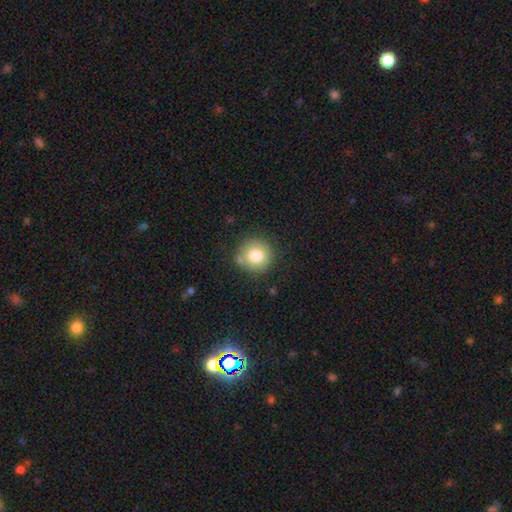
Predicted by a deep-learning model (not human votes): A smooth galaxy with no disk features (78%) that is round (93%).

Vote fractions:
- Smooth or featured? smooth: 78% / featured or disk: 12% / star or artifact: 10%
- How rounded? round: 93% / in between: 6% / cigar-shaped: 1%
- Merging? none: 79% / minor disturbance: 13% / merger: 5% / major disturbance: 4%